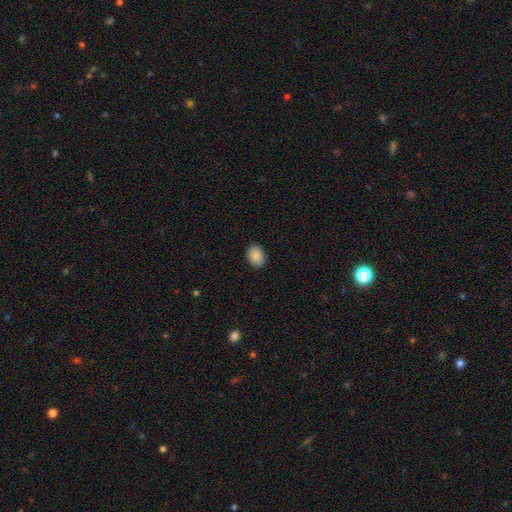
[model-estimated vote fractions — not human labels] This is clearly a smooth galaxy (89%). How rounded: likely in between (75%). Merging: clearly none (90%).